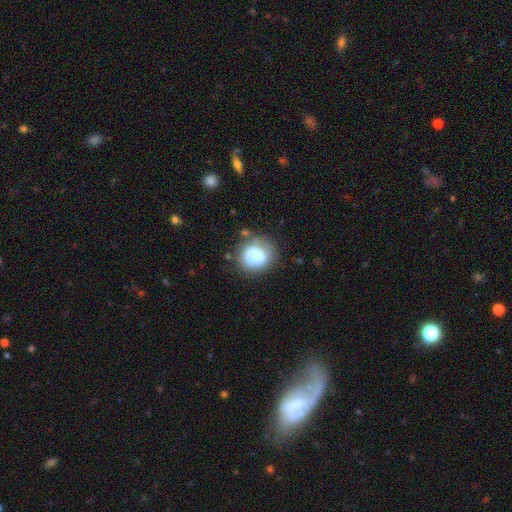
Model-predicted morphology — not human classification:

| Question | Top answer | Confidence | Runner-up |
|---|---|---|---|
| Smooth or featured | smooth | 70% | featured or disk (22%) |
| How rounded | round | 78% | in between (22%) |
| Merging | none | 54% | minor disturbance (24%) |